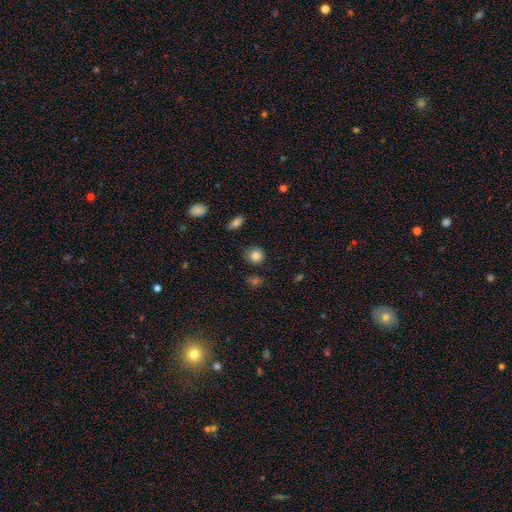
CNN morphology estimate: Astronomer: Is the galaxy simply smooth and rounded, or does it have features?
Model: smooth — 83%.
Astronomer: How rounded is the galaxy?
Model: round — 84%.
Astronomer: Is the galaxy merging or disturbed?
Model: none — 79%.